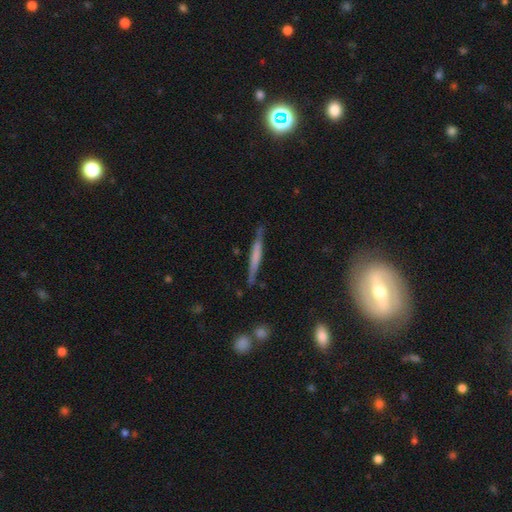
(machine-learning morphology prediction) type=smooth (47%, tied with featured or disk); merging=none (83%).